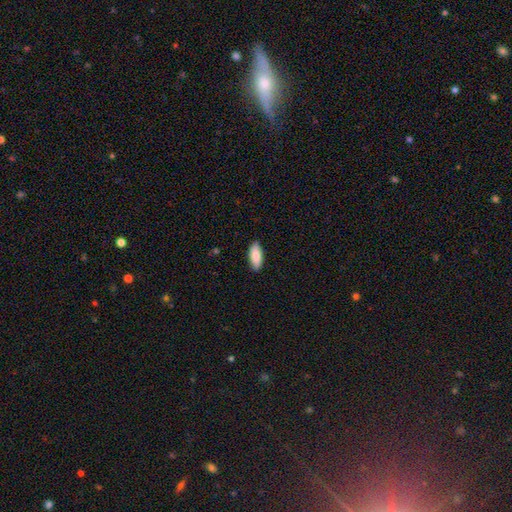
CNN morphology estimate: Smooth or featured?
  - smooth: 86% *
  - featured or disk: 8%
  - star or artifact: 6%
How rounded?
  - in between: 81% *
  - cigar-shaped: 17%
  - round: 2%
Merging?
  - none: 88% *
  - minor disturbance: 9%
  - major disturbance: 2%
  - merger: 1%